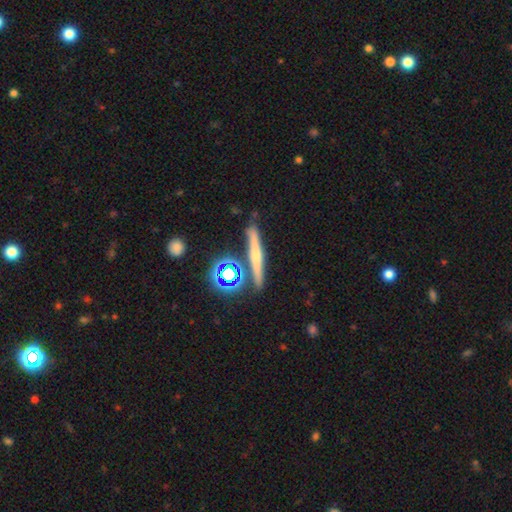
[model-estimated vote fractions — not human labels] featured or disk 41% (tied), smooth 41% (tied), star or artifact 18%. Down the decision tree: merging — none (80%).